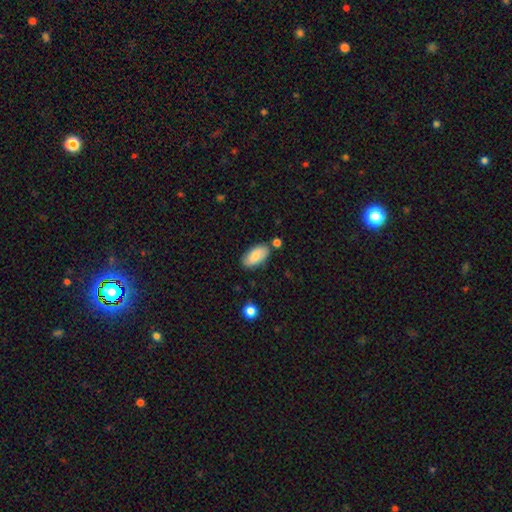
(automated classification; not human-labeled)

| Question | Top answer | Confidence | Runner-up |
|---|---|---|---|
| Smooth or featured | smooth | 79% | featured or disk (14%) |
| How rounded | in between | 94% | cigar-shaped (3%) |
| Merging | none | 78% | minor disturbance (14%) |